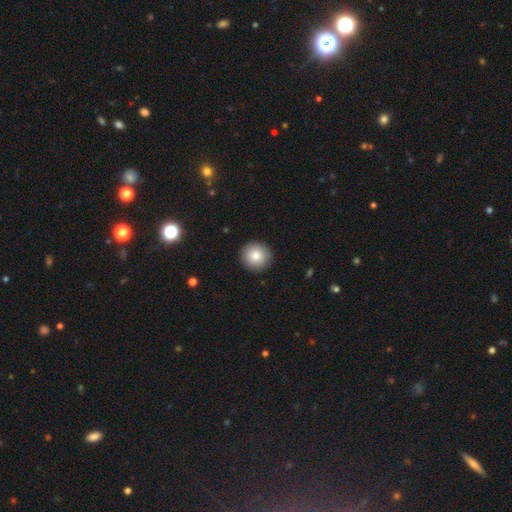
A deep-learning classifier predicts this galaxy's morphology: A smooth galaxy with no disk features (82%) that is round (94%).

Vote fractions:
- Smooth or featured? smooth: 82% / featured or disk: 10% / star or artifact: 9%
- How rounded? round: 94% / in between: 5% / cigar-shaped: 1%
- Merging? none: 92% / minor disturbance: 6% / major disturbance: 2% / merger: 1%